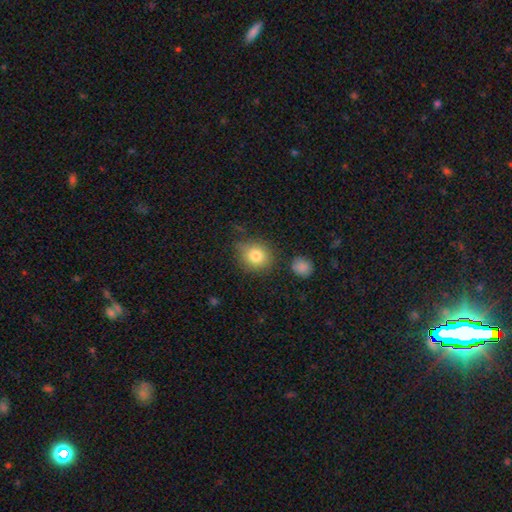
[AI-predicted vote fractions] smooth 82%, star or artifact 10%, featured or disk 8%. Down the decision tree: how rounded — round (82%); merging — none (75%).